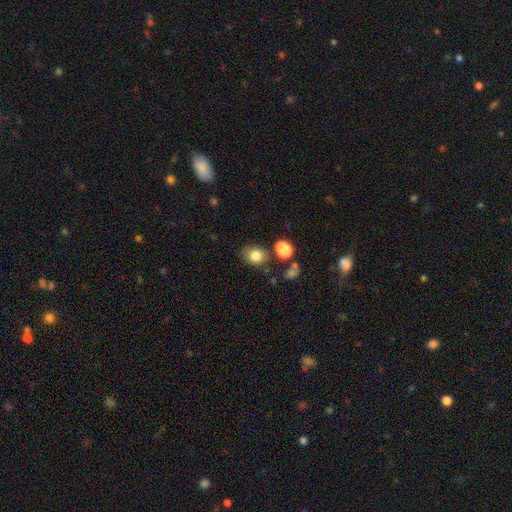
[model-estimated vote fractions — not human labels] smooth-or-featured: smooth: 82% | star or artifact: 10% | featured or disk: 8%
  how-rounded: round: 54% | in between: 45% | cigar-shaped: 1%
  merging: none: 68% | minor disturbance: 17% | merger: 9% | major disturbance: 5%